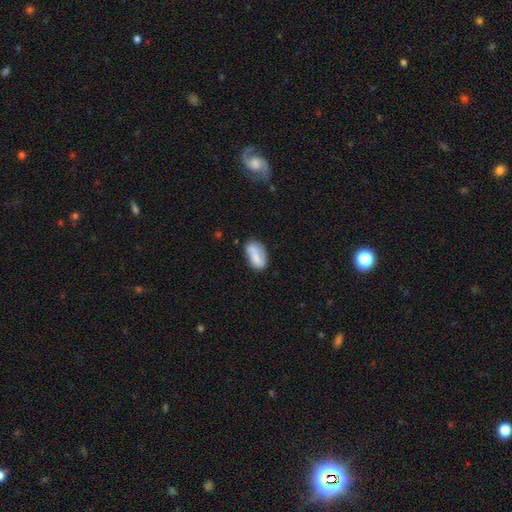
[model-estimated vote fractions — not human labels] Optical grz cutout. It shows a smooth galaxy with no disk features (73%) that is in between round and cigar-shaped (91%). Merging: none (61%).